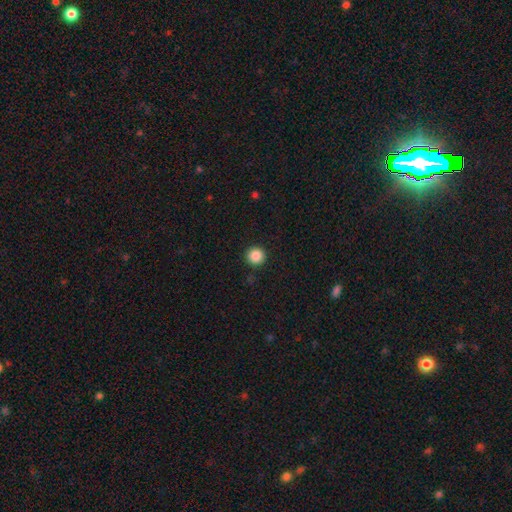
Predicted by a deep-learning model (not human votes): This is clearly a smooth galaxy (87%). How rounded: clearly round (96%). Merging: clearly none (92%).